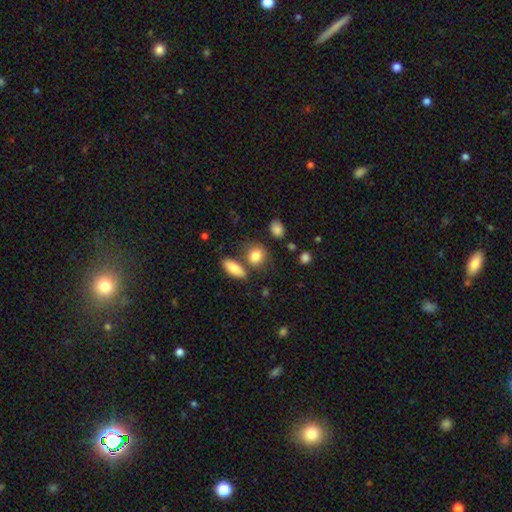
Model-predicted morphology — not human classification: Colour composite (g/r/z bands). It shows a smooth galaxy with no disk features (83%) that is round (54%). Merging: none (65%).